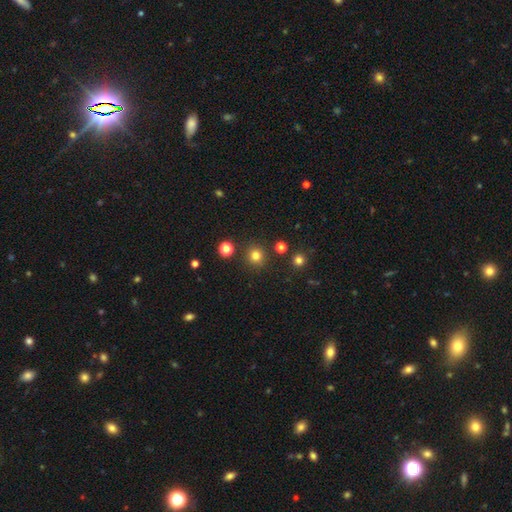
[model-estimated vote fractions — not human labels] This appears to be a smooth galaxy with no disk features (80%) that is round (93%). Merging: none (88%).